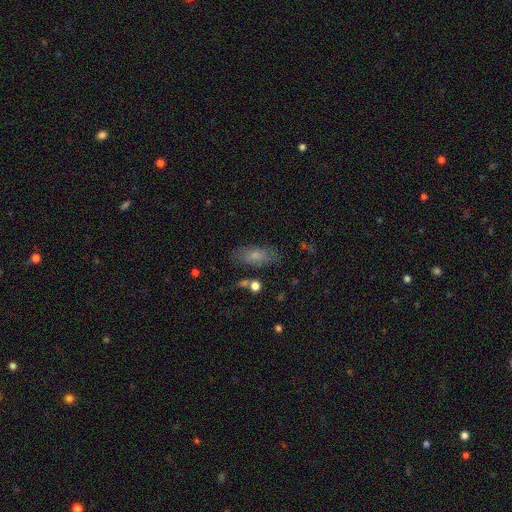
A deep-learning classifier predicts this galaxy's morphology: This appears to be a smooth galaxy with no disk features (68%) that is in between round and cigar-shaped (82%). Merging: none (73%).